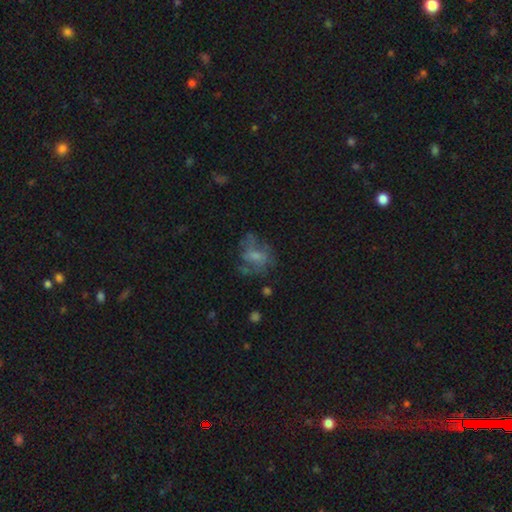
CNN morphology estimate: This is possibly a featured or disk galaxy (51%). It is clearly not viewed edge-on (97%). Merging: possibly none (47%).